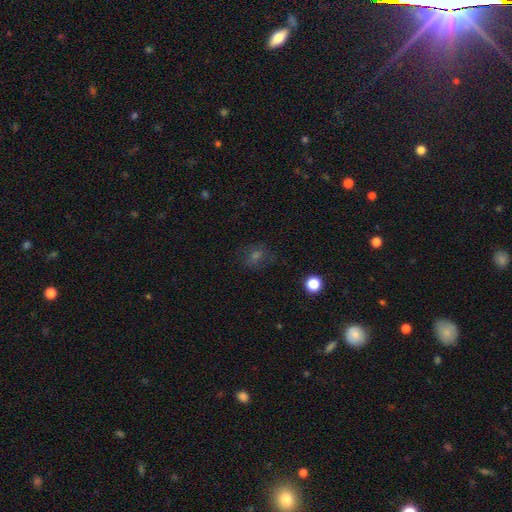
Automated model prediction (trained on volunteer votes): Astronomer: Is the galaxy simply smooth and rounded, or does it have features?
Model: smooth — 48% (runner-up: star or artifact, 31%).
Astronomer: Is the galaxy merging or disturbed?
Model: none — 74%.